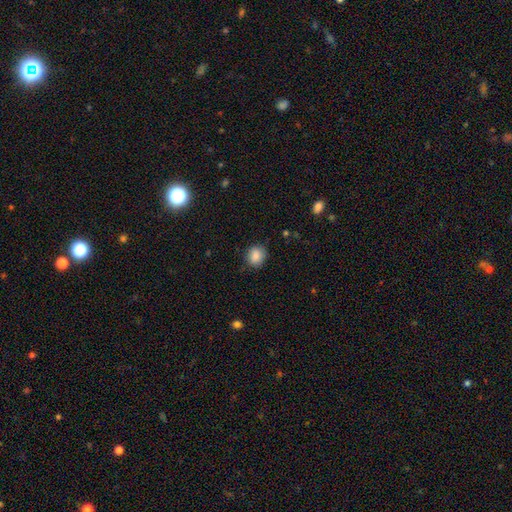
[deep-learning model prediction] Morphology: type=smooth (86%); roundness=round (76%); merging=none (84%).